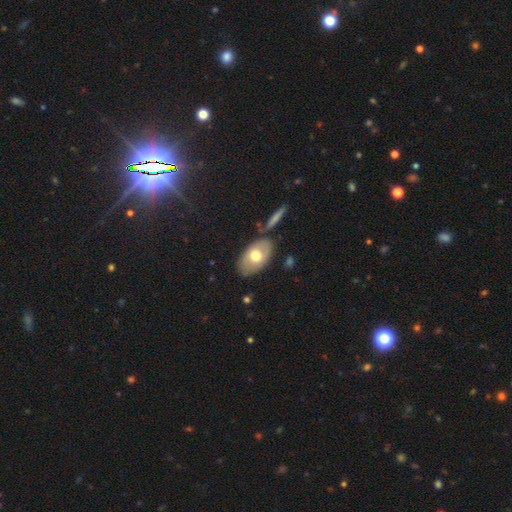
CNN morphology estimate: A smooth galaxy with no disk features (64%) that is in between round and cigar-shaped (92%). Merging: none (76%).